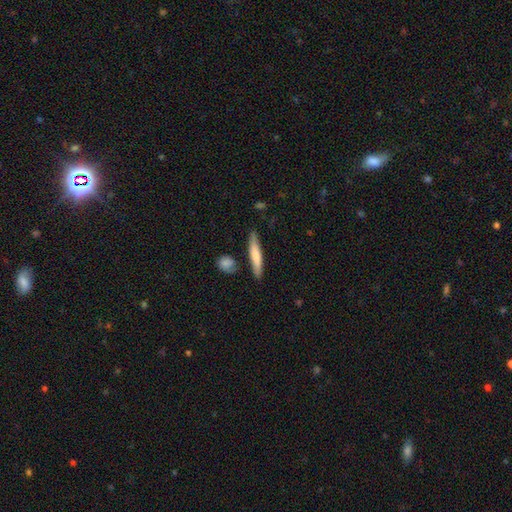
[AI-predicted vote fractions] smooth_or_featured: smooth (p=0.69) [alt: featured or disk p=0.25]
how_rounded: cigar-shaped (p=0.89) [alt: in between p=0.09]
merging: none (p=0.81) [alt: minor disturbance p=0.12]